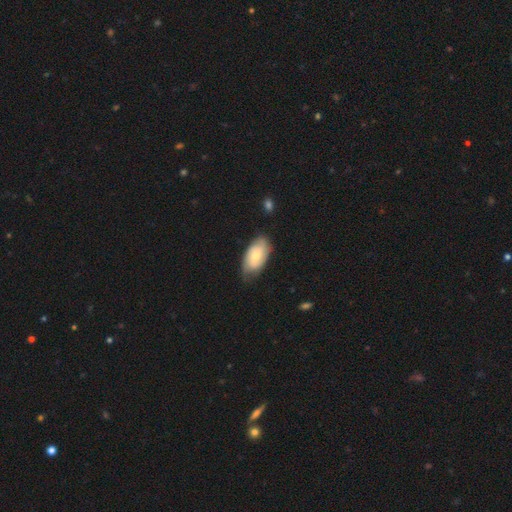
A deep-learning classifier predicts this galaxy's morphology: The model was most divided on "smooth or featured": featured or disk: 52%, smooth: 42%, star or artifact: 6%. More confident: edge-on disk — no (94%); merging — none (71%).